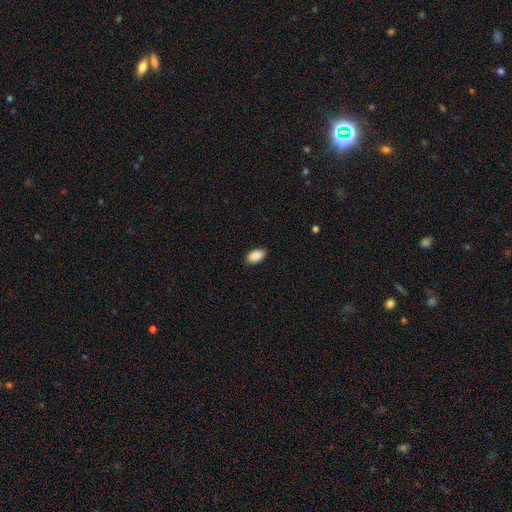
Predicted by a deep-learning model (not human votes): smooth 90%, star or artifact 7%, featured or disk 3%. Down the decision tree: how rounded — in between (92%); merging — none (87%).